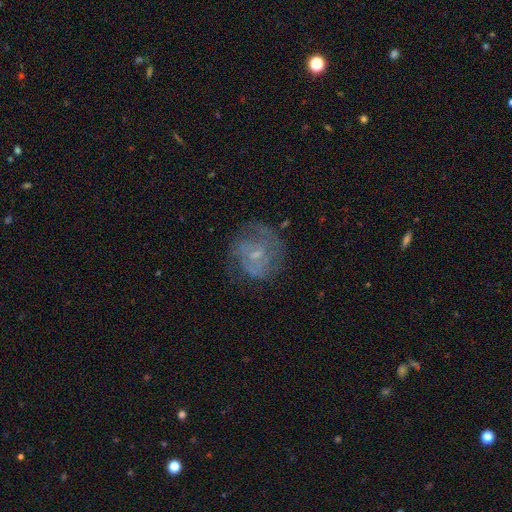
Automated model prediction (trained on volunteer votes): Smooth or featured? Predicted: featured or disk (p=0.73). Edge-on disk? Predicted: no (p=0.98). Bar? Predicted: no (p=0.50). Spiral arms? Predicted: yes (p=0.85). Spiral winding? Predicted: tight (p=0.46). Spiral arm count? Predicted: 2 (p=0.39). Bulge size? Predicted: small (p=0.65). Merging? Predicted: none (p=0.67).